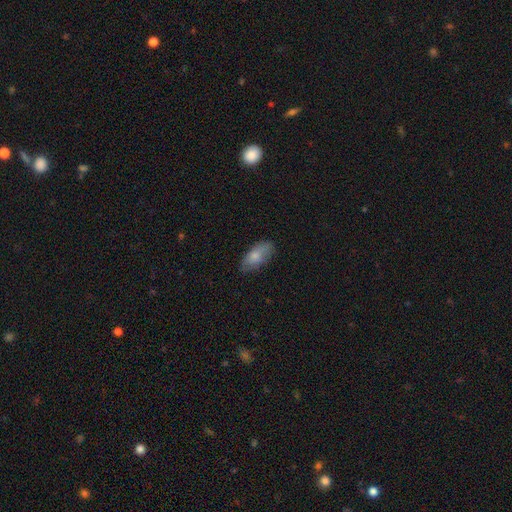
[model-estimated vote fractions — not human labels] smooth-or-featured: smooth: 78% | featured or disk: 16% | star or artifact: 6%
  how-rounded: in between: 89% | cigar-shaped: 8% | round: 3%
  merging: none: 76% | minor disturbance: 19% | major disturbance: 4% | merger: 1%